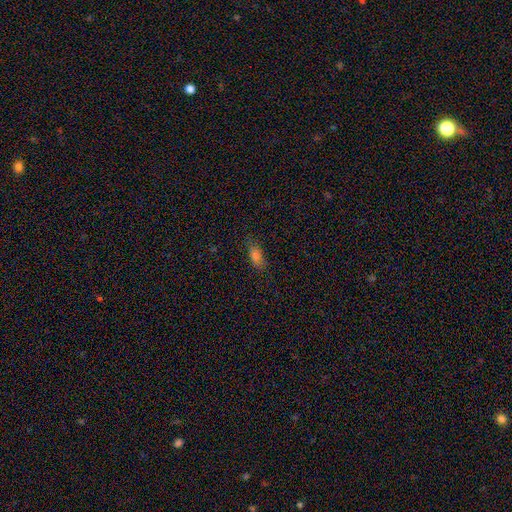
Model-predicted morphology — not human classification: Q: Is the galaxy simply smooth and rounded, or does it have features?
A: smooth — 75%.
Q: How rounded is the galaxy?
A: in between — 79%.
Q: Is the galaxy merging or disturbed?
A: none — 77%.